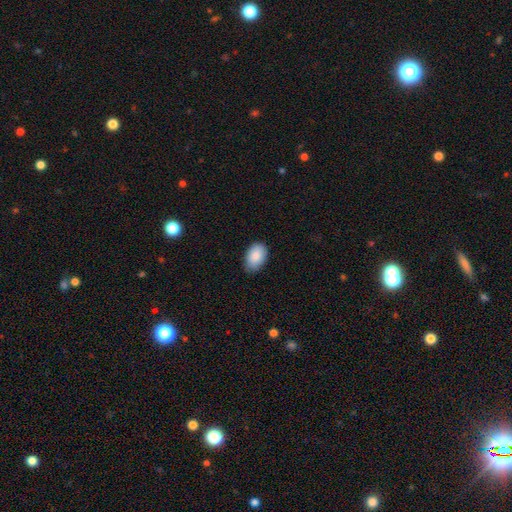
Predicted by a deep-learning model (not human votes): A smooth galaxy with no disk features (89%) that is in between round and cigar-shaped (91%). Merging: none (79%).